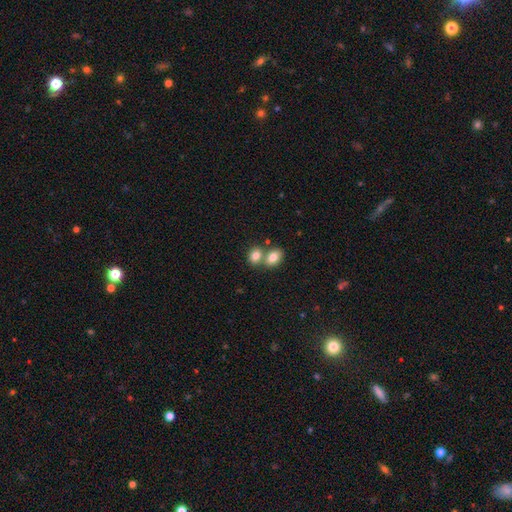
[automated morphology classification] Smooth or featured? smooth (80%)
How rounded? in between (66%)
Merging? merger (56%)